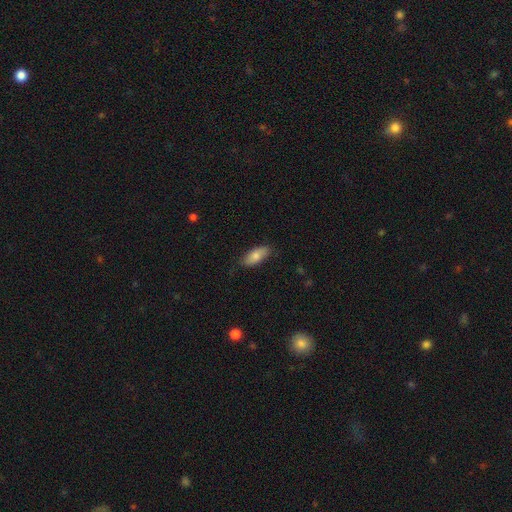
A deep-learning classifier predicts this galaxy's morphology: The model was most divided on "merging": none: 81%, minor disturbance: 15%, major disturbance: 3%, merger: 1%. More confident: how rounded — in between (83%); smooth or featured — smooth (81%).